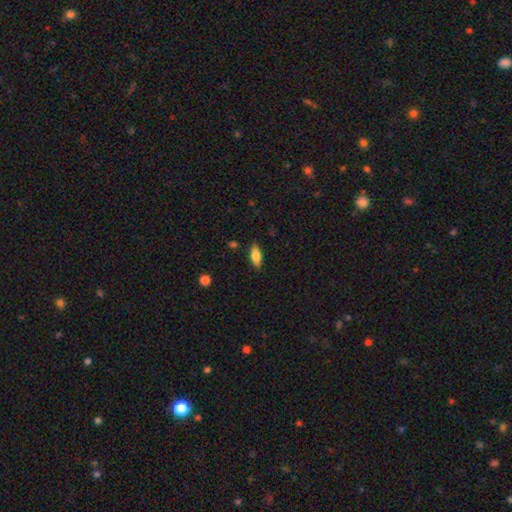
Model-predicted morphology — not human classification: A smooth galaxy with no disk features (74%) that is in between round and cigar-shaped (77%).

Vote fractions:
- Smooth or featured? smooth: 74% / featured or disk: 19% / star or artifact: 7%
- How rounded? in between: 77% / cigar-shaped: 20% / round: 3%
- Merging? none: 84% / minor disturbance: 12% / major disturbance: 2% / merger: 1%